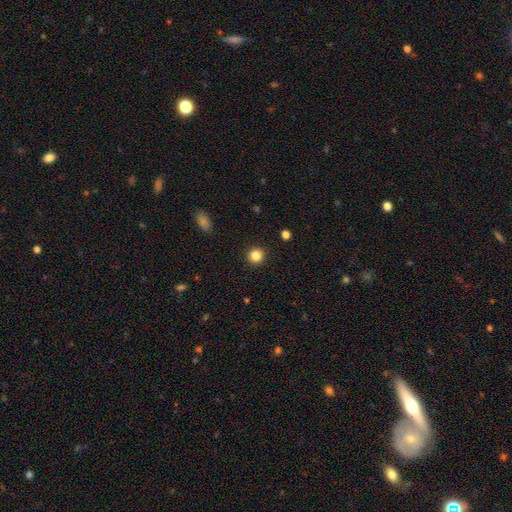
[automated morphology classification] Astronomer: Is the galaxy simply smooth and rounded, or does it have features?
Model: smooth — 85%.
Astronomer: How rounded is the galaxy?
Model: round — 94%.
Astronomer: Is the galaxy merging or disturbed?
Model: none — 93%.